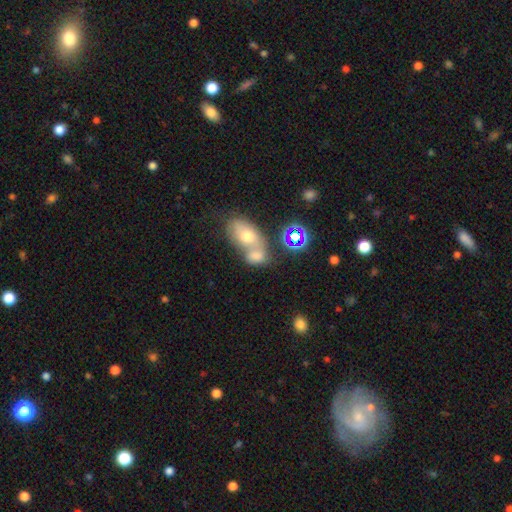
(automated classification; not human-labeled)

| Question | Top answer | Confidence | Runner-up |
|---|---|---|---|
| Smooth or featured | smooth | 61% | featured or disk (22%) |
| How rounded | in between | 79% | round (19%) |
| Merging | merger | 58% | none (26%) |